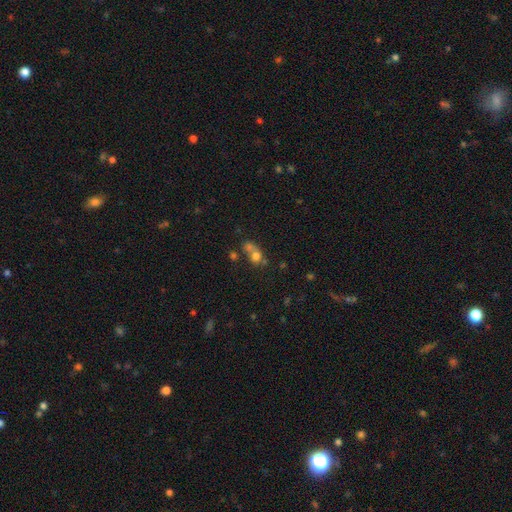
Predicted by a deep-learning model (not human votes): This is likely a smooth galaxy (66%). How rounded: likely round (68%). Merging: possibly merger (55%).